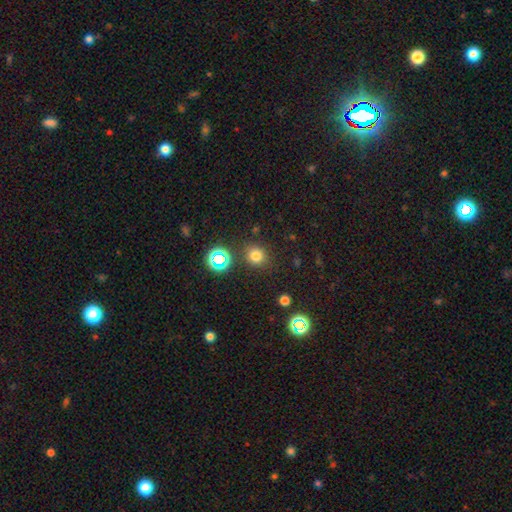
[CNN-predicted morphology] Overall: smooth (73%). How rounded: round (85%). Merging: none (84%).